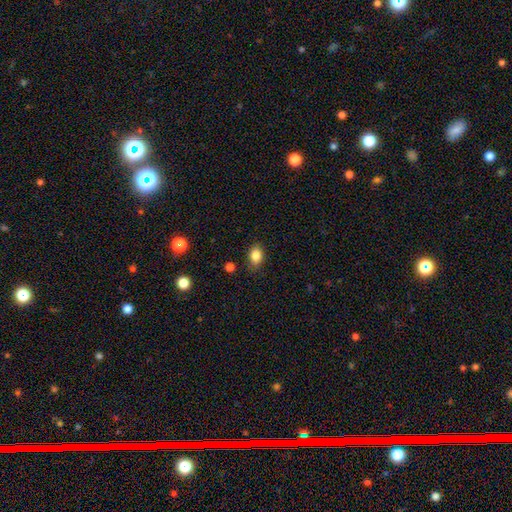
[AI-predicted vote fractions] A smooth galaxy with no disk features (84%) that is in between round and cigar-shaped (76%). Merging: none (82%).